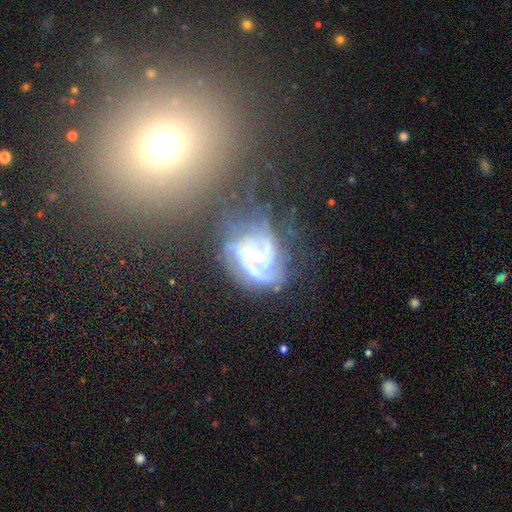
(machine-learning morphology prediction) Q: Smooth or featured?
A: featured or disk (84%); runner-up: star or artifact (10%)
Q: Edge-on disk?
A: no (97%); runner-up: yes (3%)
Q: Bar?
A: weak (44%); runner-up: strong (30%)
Q: Spiral arms?
A: yes (95%); runner-up: no (5%)
Q: Spiral winding?
A: tight (44%); runner-up: medium (42%)
Q: Spiral arm count?
A: 2 (30%); runner-up: 3 (26%)
Q: Bulge size?
A: small (60%); runner-up: moderate (32%)
Q: Merging?
A: none (45%); runner-up: major disturbance (24%)